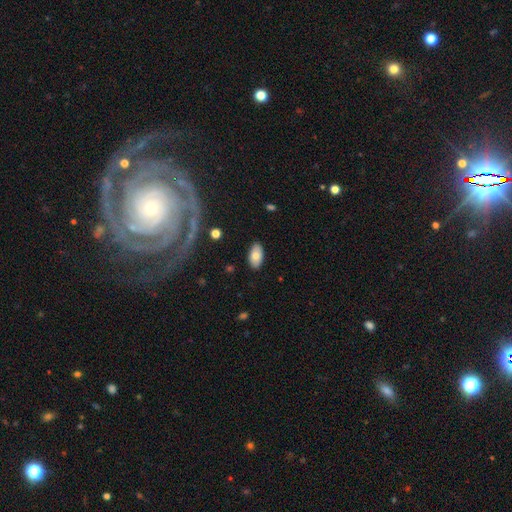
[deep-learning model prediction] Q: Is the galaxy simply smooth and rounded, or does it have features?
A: smooth — 77%.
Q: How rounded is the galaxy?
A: in between — 95%.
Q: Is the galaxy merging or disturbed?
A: none — 86%.